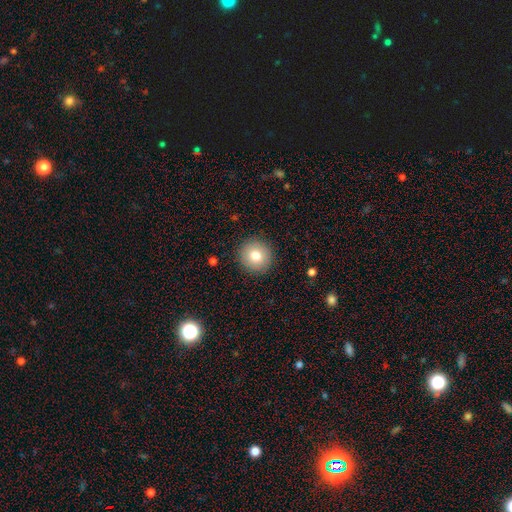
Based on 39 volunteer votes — Overall: smooth (90%). How rounded: round (91%). Merging: none (92%).